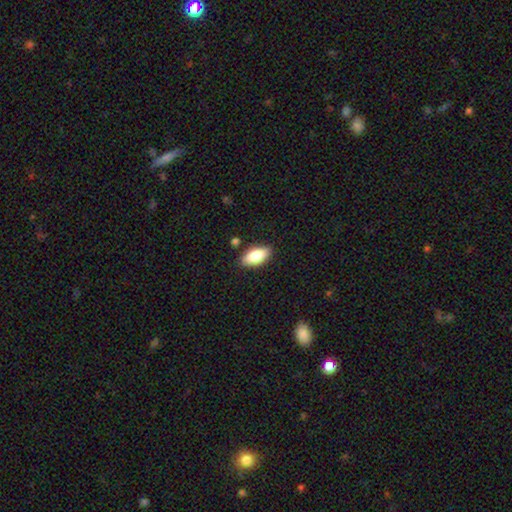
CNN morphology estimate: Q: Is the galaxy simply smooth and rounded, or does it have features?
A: smooth — 82%.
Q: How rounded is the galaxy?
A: in between — 88%.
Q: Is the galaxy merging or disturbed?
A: none — 85%.